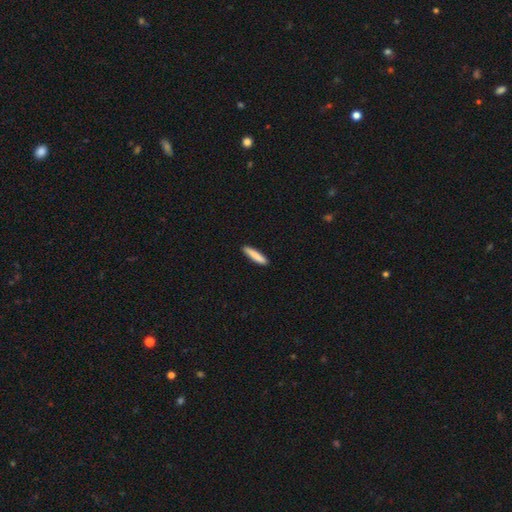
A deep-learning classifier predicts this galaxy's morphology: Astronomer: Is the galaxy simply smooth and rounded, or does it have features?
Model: smooth — 85%.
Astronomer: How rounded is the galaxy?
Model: cigar-shaped — 90%.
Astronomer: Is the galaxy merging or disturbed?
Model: none — 91%.